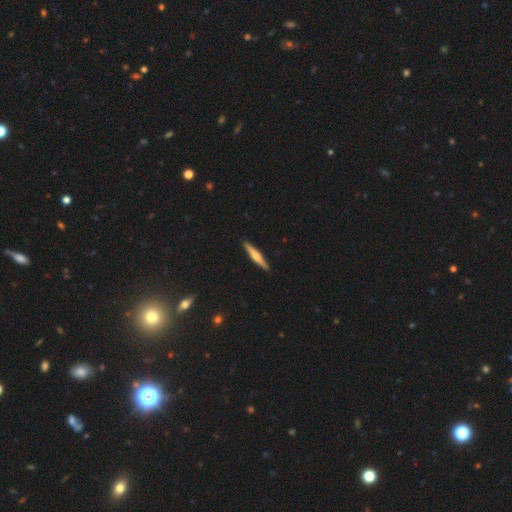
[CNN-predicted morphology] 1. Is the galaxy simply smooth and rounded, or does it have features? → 57% featured or disk, 38% smooth, 5% star or artifact.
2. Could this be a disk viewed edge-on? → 97% yes, 3% no.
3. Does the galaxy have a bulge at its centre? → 77% rounded, 13% boxy, 10% none.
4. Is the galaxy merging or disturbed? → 91% none, 6% minor disturbance, 1% major disturbance, 1% merger.